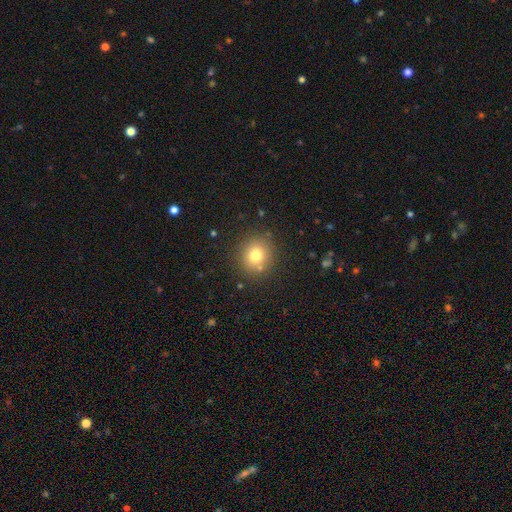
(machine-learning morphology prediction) This appears to be a smooth galaxy with no disk features (75%) that is round (85%). Merging: none (82%).